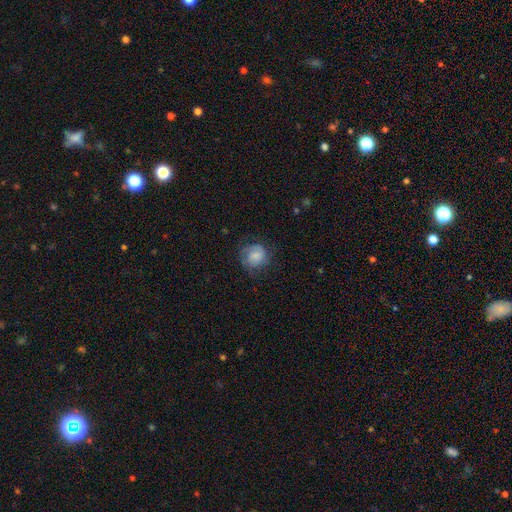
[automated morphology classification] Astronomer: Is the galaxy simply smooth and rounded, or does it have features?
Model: smooth — 65%.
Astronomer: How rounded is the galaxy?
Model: round — 80%.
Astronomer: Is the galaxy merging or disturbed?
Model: none — 62%.